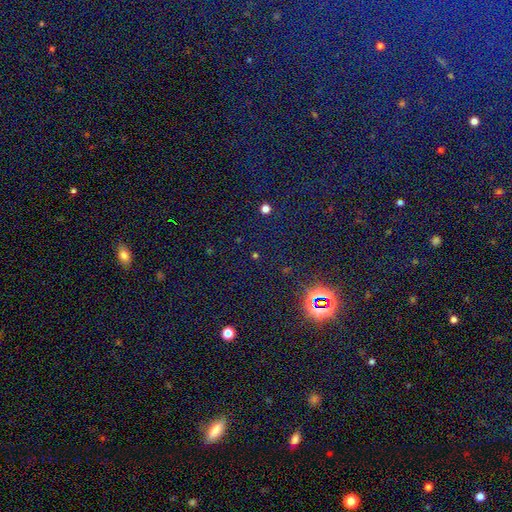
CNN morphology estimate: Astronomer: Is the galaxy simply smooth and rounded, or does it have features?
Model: star or artifact — 75%.